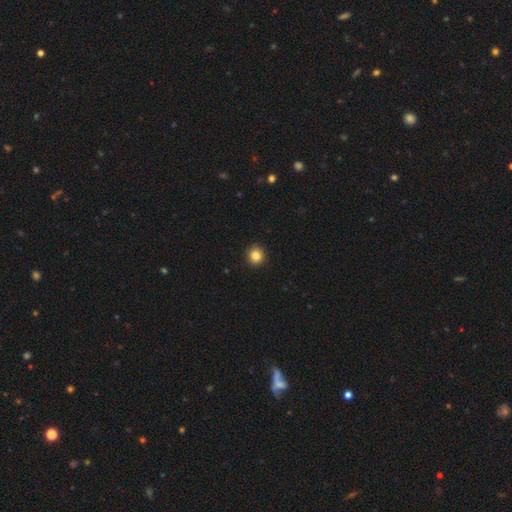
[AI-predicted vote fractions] This is clearly a smooth galaxy (85%). How rounded: clearly round (91%). Merging: clearly none (91%).